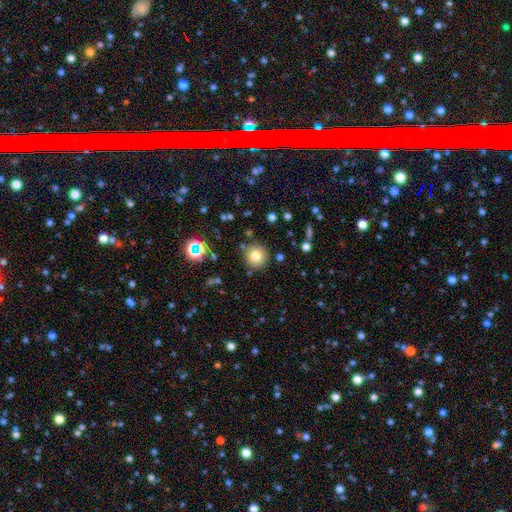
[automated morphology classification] This is likely a smooth galaxy (78%). How rounded: clearly round (94%). Merging: clearly none (87%).